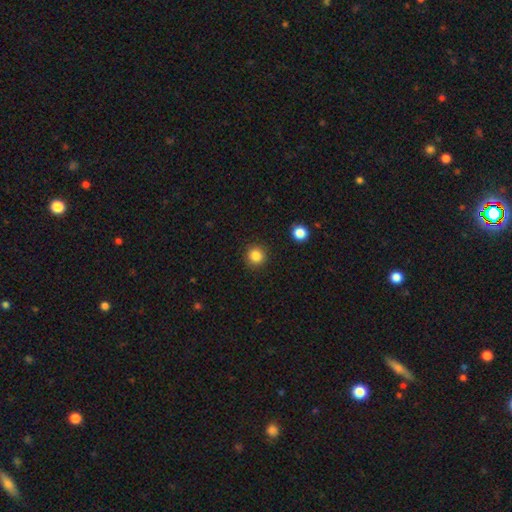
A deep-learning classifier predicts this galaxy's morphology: smooth-or-featured: smooth: 85% | star or artifact: 11% | featured or disk: 4%
  how-rounded: round: 93% | in between: 6% | cigar-shaped: 1%
  merging: none: 91% | minor disturbance: 5% | major disturbance: 2% | merger: 1%